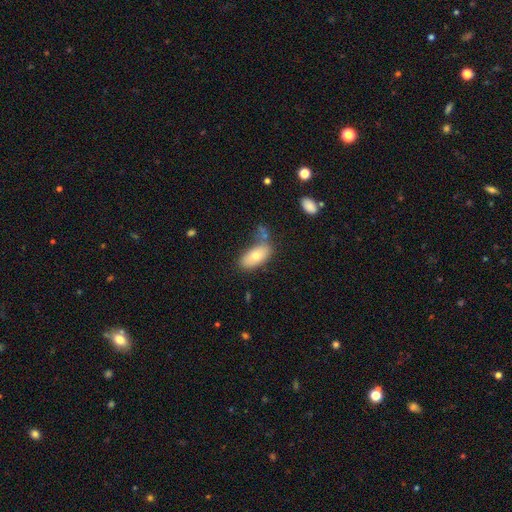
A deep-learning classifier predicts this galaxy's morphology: Smooth or featured: smooth — 72% (featured or disk — 20%)
How rounded: in between — 90% (cigar-shaped — 6%)
Merging: none — 60% (minor disturbance — 21%)